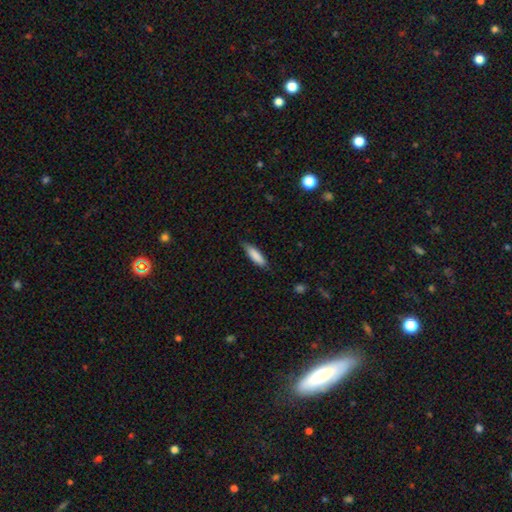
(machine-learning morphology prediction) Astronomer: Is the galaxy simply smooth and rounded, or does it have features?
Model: smooth — 85%.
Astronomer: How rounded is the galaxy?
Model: cigar-shaped — 61% (runner-up: in between, 38%).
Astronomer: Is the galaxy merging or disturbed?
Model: none — 79%.